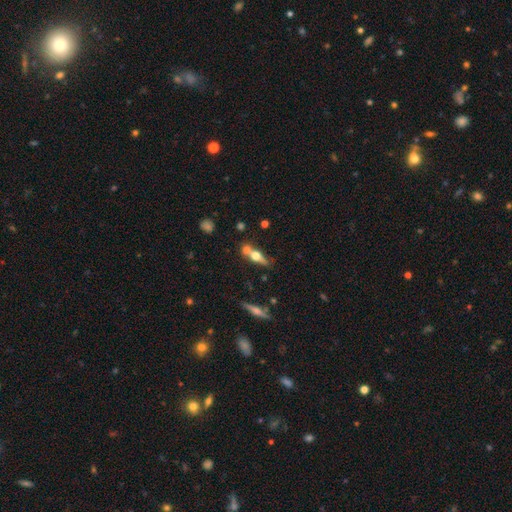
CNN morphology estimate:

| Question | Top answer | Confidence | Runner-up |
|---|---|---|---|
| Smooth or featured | featured or disk | 52% | smooth (39%) |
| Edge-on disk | yes | 84% | no (16%) |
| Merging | none | 44% | merger (40%) |